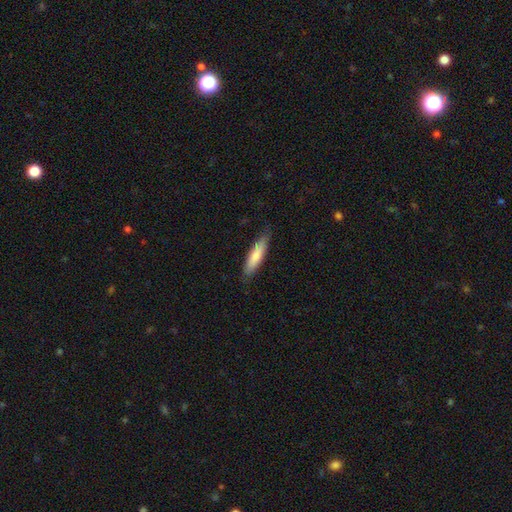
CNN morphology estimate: Smooth or featured?
  - smooth: 77% *
  - featured or disk: 18%
  - star or artifact: 5%
How rounded?
  - cigar-shaped: 73% *
  - in between: 26%
  - round: 1%
Merging?
  - none: 81% *
  - minor disturbance: 16%
  - major disturbance: 2%
  - merger: 1%